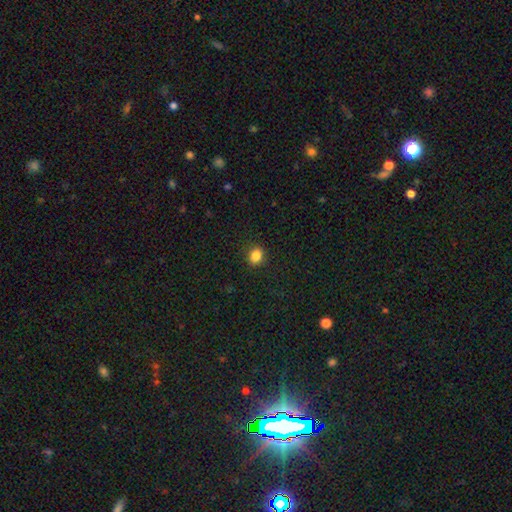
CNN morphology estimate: Smooth or featured: smooth — 85% (star or artifact — 11%)
How rounded: round — 62% (in between — 37%)
Merging: none — 90% (minor disturbance — 7%)